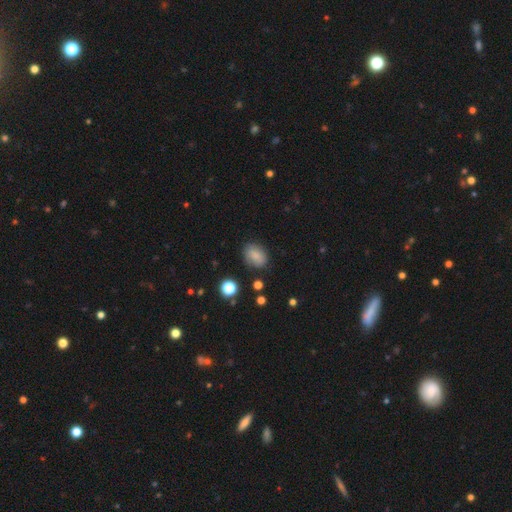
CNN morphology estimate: Smooth or featured?
  - smooth: 80% *
  - star or artifact: 10%
  - featured or disk: 10%
How rounded?
  - in between: 70% *
  - round: 28%
  - cigar-shaped: 1%
Merging?
  - none: 78% *
  - minor disturbance: 16%
  - major disturbance: 4%
  - merger: 2%